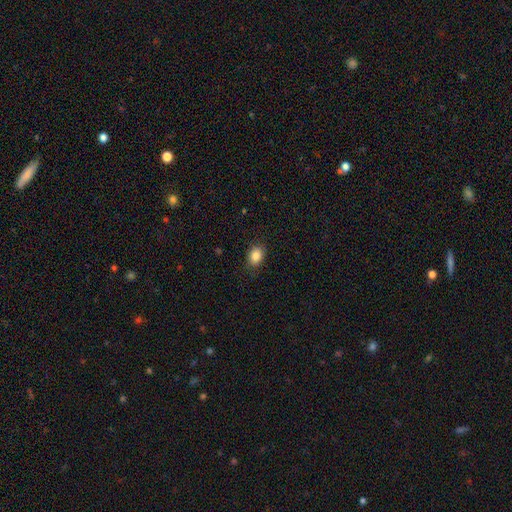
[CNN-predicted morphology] This is clearly a smooth galaxy (86%). How rounded: likely in between (75%). Merging: clearly none (86%).